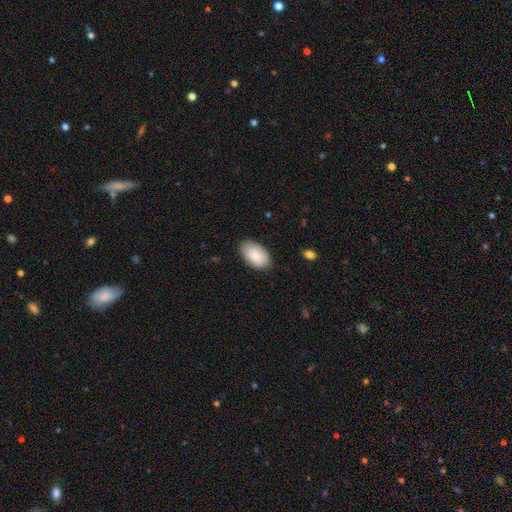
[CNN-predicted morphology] Smooth or featured: smooth — 85% (featured or disk — 9%)
How rounded: in between — 94% (round — 5%)
Merging: none — 83% (minor disturbance — 14%)